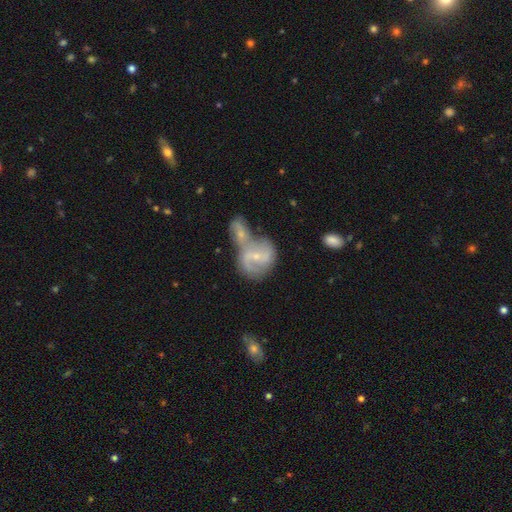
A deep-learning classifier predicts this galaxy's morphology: smooth-or-featured: featured or disk: 74% | smooth: 18% | star or artifact: 7%
  disk-edge-on: no: 97% | yes: 3%
    bar: weak: 47% | no: 33% | strong: 21%
    has-spiral-arms: yes: 88% | no: 12%
      spiral-winding: medium: 48% | loose: 31% | tight: 21%
      spiral-arm-count: 2: 78% | can't tell: 11% | 1: 4% | 3: 4% | 4: 1% | more than 4: 1%
    bulge-size: small: 68% | moderate: 26% | none: 4% | large: 1% | dominant: 1%
  merging: merger: 68% | none: 18% | minor disturbance: 9% | major disturbance: 6%